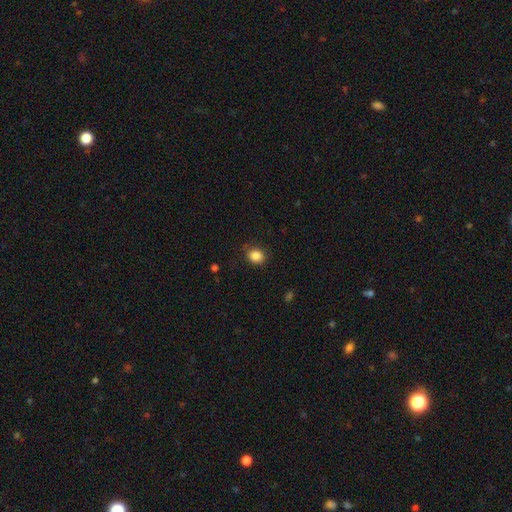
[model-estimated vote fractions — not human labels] smooth 86%, star or artifact 10%, featured or disk 4%. Down the decision tree: how rounded — round (68%); merging — none (81%).